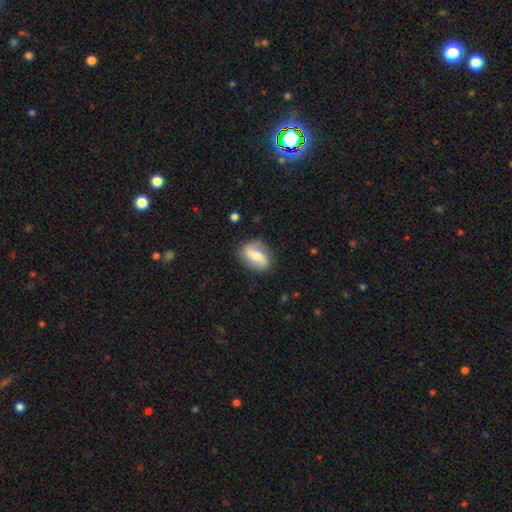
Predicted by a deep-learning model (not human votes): Q: Smooth or featured?
A: featured or disk (63%); runner-up: smooth (30%)
Q: Edge-on disk?
A: no (96%); runner-up: yes (4%)
Q: Bar?
A: weak (40%); tied with: no (40%)
Q: Spiral arms?
A: yes (91%); runner-up: no (9%)
Q: Spiral winding?
A: loose (63%); runner-up: medium (27%)
Q: Spiral arm count?
A: 2 (88%); runner-up: can't tell (5%)
Q: Bulge size?
A: moderate (51%); runner-up: small (30%)
Q: Merging?
A: none (78%); runner-up: minor disturbance (16%)